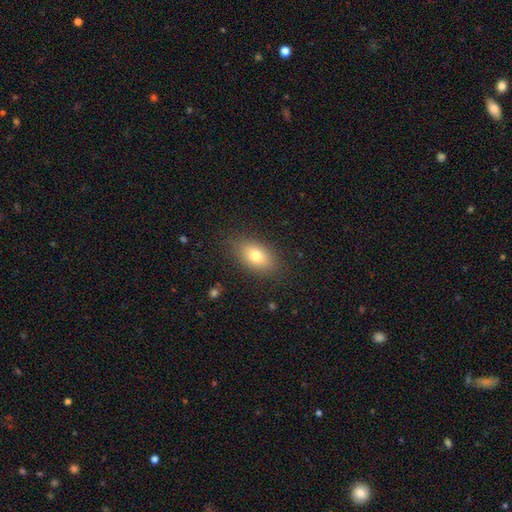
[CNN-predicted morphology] Overall: smooth (77%). How rounded: in between (87%). Merging: none (85%).